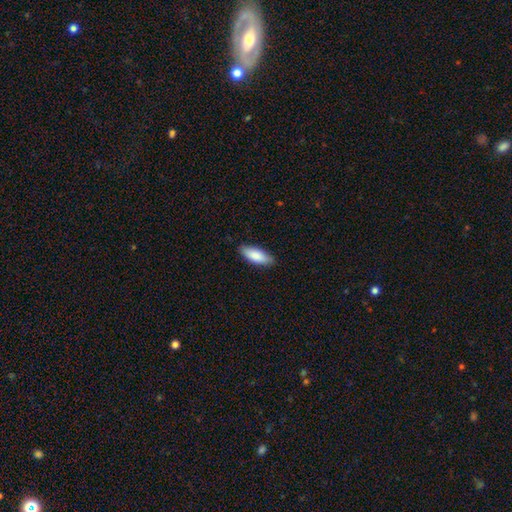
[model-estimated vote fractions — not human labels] smooth 86%, featured or disk 9%, star or artifact 5%. Down the decision tree: how rounded — in between (72%); merging — none (87%).